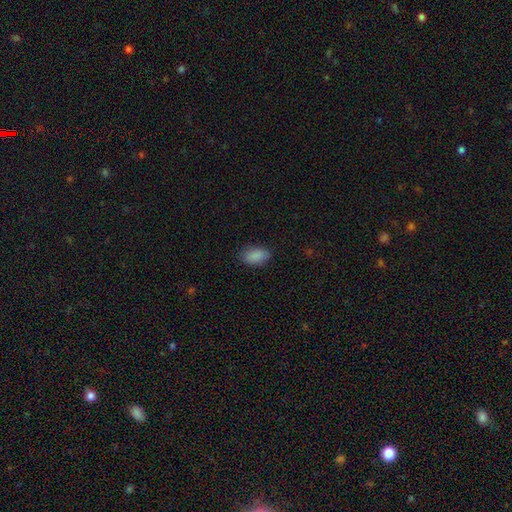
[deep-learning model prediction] Smooth or featured? smooth (89%)
How rounded? in between (92%)
Merging? none (83%)